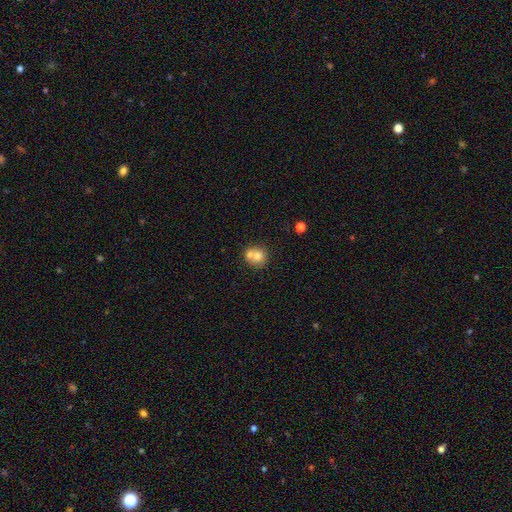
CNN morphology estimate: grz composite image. It shows a smooth galaxy with no disk features (71%) that is round (84%). Merging: merger (50%).